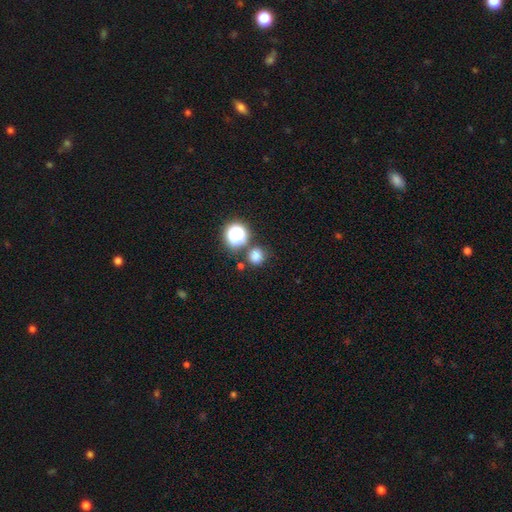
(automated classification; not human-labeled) smooth 76%, star or artifact 18%, featured or disk 5%. Down the decision tree: how rounded — round (91%); merging — none (76%).